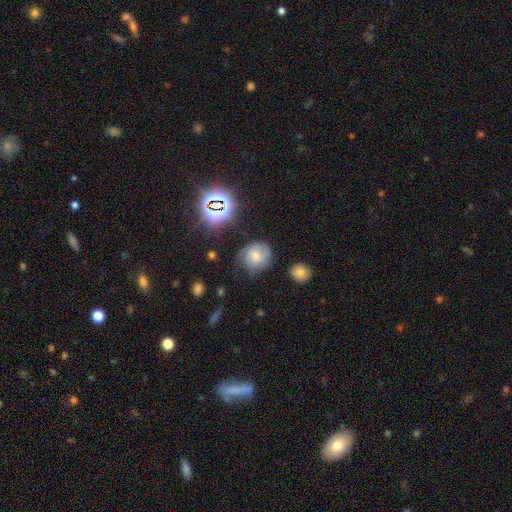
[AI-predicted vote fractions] A smooth galaxy with no disk features (52%) that is round (76%).

Vote fractions:
- Smooth or featured? smooth: 52% / featured or disk: 32% / star or artifact: 15%
- How rounded? round: 76% / in between: 23% / cigar-shaped: 1%
- Merging? none: 62% / minor disturbance: 25% / major disturbance: 10% / merger: 3%